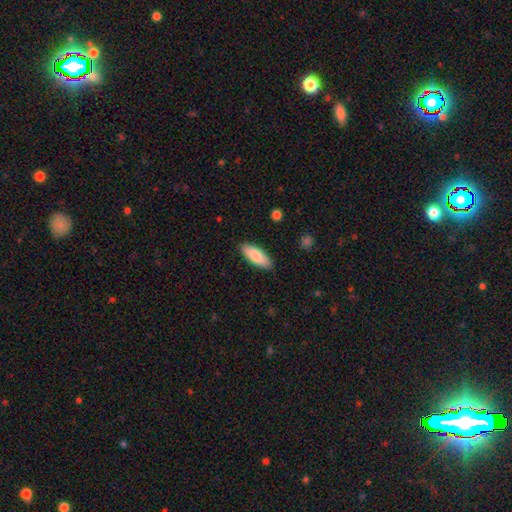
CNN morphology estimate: smooth-or-featured: smooth: 83% | featured or disk: 11% | star or artifact: 6%
  how-rounded: in between: 74% | cigar-shaped: 24% | round: 2%
  merging: none: 86% | minor disturbance: 10% | major disturbance: 2% | merger: 1%